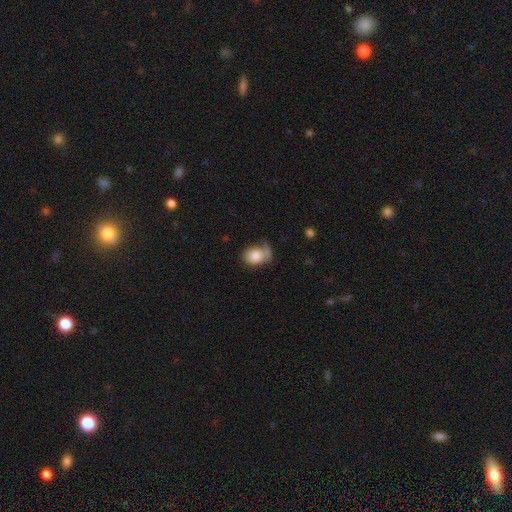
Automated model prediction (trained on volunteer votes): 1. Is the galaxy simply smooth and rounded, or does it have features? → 76% smooth, 16% featured or disk, 8% star or artifact.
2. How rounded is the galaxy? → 57% in between, 42% round, 1% cigar-shaped.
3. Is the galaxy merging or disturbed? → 40% none, 28% minor disturbance, 22% major disturbance, 10% merger.